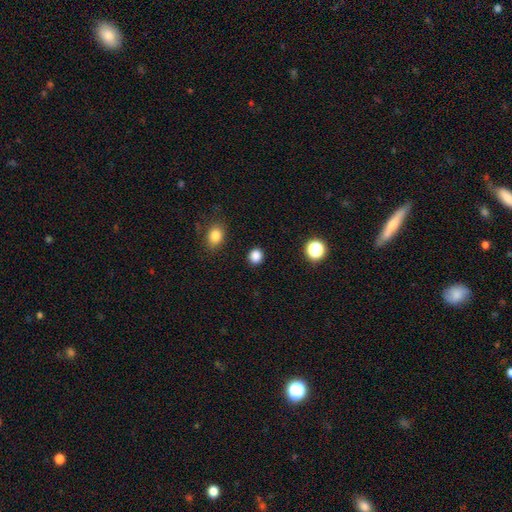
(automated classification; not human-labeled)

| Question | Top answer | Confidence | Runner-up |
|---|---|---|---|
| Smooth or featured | smooth | 85% | star or artifact (12%) |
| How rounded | round | 76% | in between (23%) |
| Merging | none | 90% | minor disturbance (7%) |